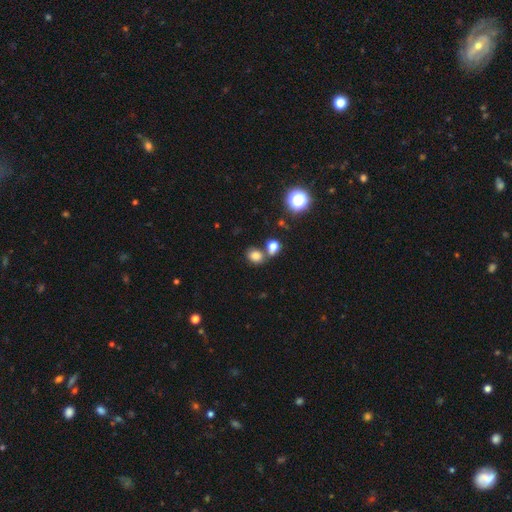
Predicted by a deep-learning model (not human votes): Smooth or featured?
  - smooth: 78% *
  - star or artifact: 15%
  - featured or disk: 7%
How rounded?
  - round: 54% *
  - in between: 45%
  - cigar-shaped: 1%
Merging?
  - none: 55% *
  - merger: 29%
  - minor disturbance: 11%
  - major disturbance: 5%